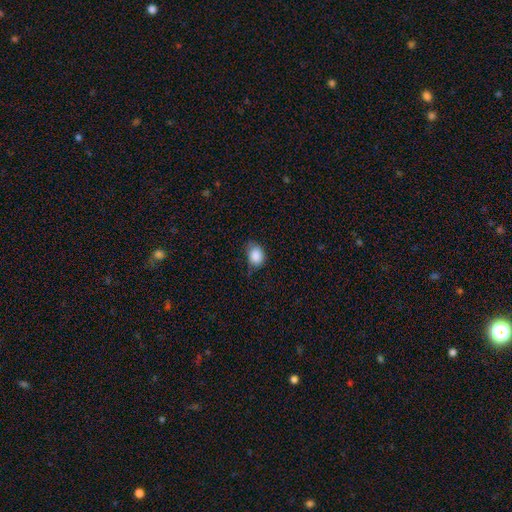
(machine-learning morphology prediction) Smooth or featured? smooth (87%)
How rounded? in between (59%)
Merging? none (58%)